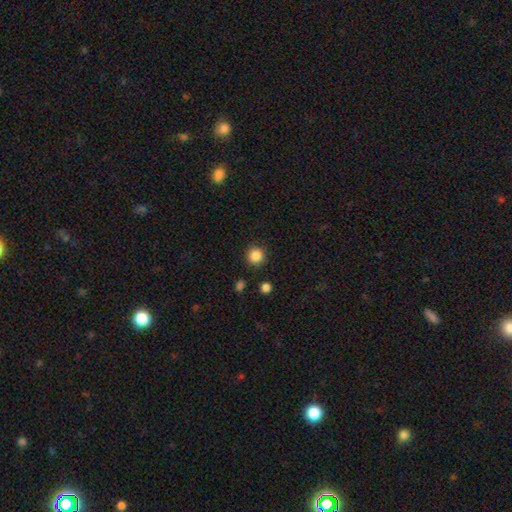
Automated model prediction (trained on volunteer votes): smooth_or_featured: smooth (p=0.86) [alt: star or artifact p=0.10]
how_rounded: round (p=0.94) [alt: in between p=0.05]
merging: none (p=0.90) [alt: minor disturbance p=0.06]